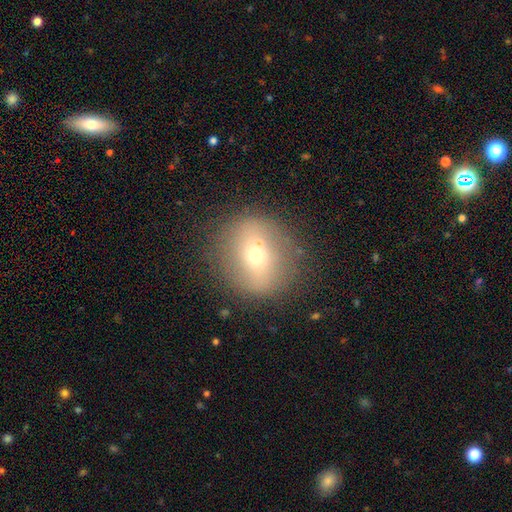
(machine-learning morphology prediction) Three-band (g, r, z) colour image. It shows a smooth galaxy with no disk features (51%) that is round (89%). Merging: none (76%).